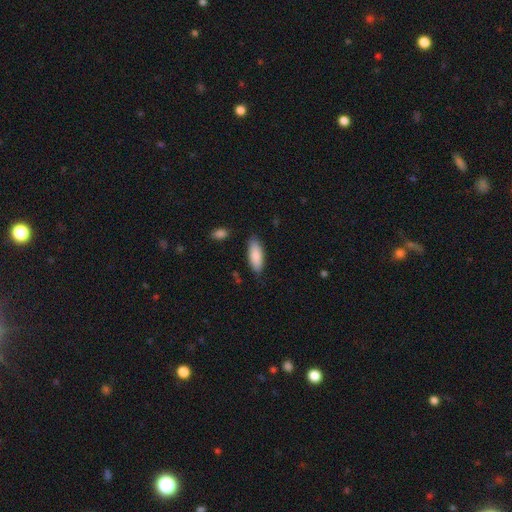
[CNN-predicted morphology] Overall: smooth (88%). How rounded: in between (75%). Merging: none (84%).